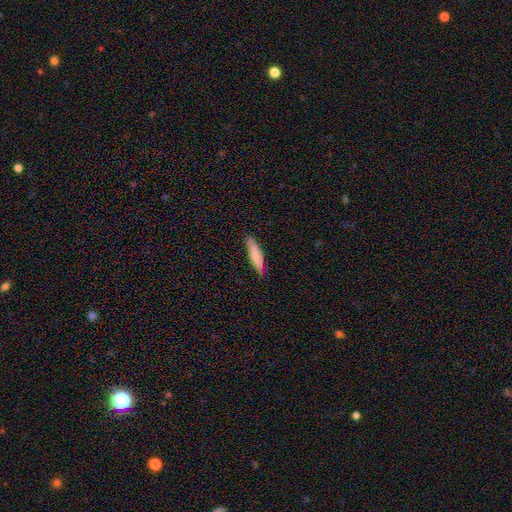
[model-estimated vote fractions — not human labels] Smooth or featured?
  - smooth: 82% *
  - featured or disk: 13%
  - star or artifact: 5%
How rounded?
  - cigar-shaped: 82% *
  - in between: 17%
  - round: 1%
Merging?
  - none: 87% *
  - minor disturbance: 10%
  - major disturbance: 2%
  - merger: 1%